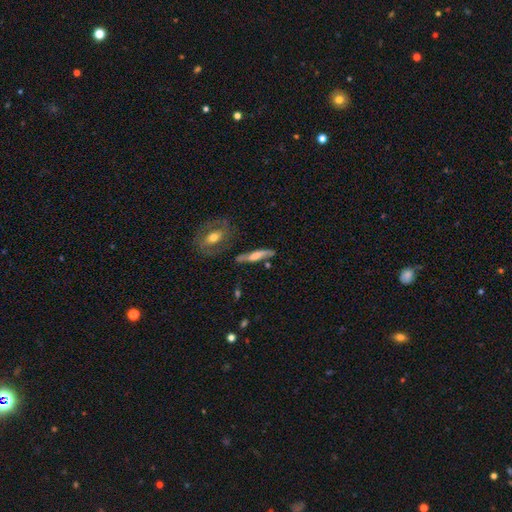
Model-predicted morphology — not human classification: smooth-or-featured: featured or disk: 53% | smooth: 40% | star or artifact: 7%
  disk-edge-on: yes: 69% | no: 31%
  merging: none: 68% | minor disturbance: 18% | merger: 7% | major disturbance: 6%